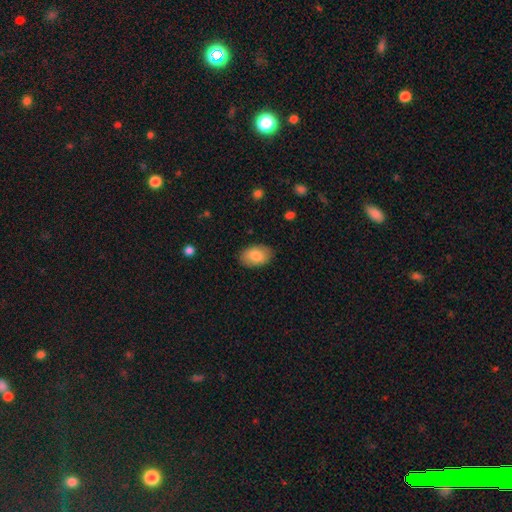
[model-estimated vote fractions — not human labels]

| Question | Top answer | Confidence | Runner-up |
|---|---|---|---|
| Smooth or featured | smooth | 82% | featured or disk (11%) |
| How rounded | in between | 91% | round (8%) |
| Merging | none | 86% | minor disturbance (10%) |